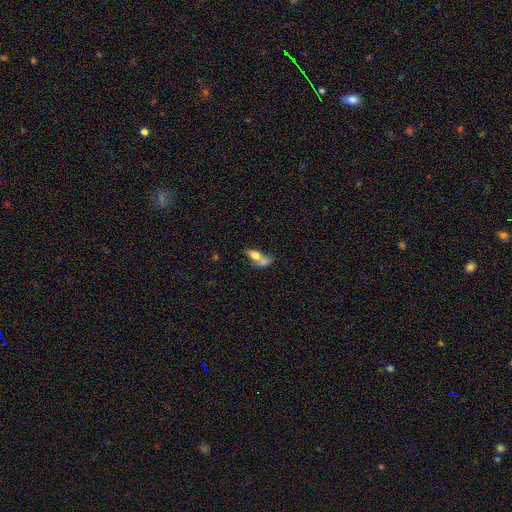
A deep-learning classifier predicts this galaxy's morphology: Q: Smooth or featured?
A: smooth (66%); runner-up: featured or disk (25%)
Q: How rounded?
A: in between (77%); runner-up: cigar-shaped (13%)
Q: Merging?
A: merger (61%); runner-up: none (21%)